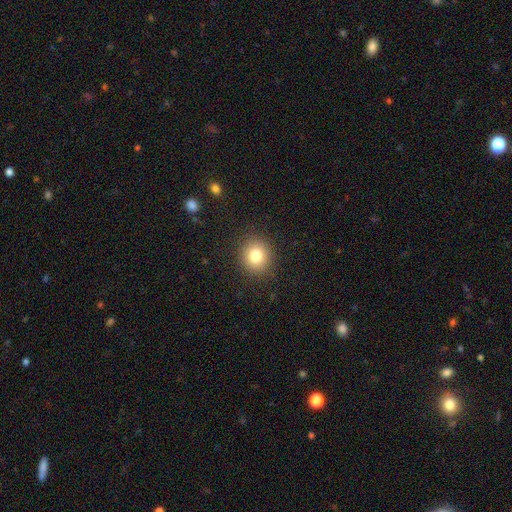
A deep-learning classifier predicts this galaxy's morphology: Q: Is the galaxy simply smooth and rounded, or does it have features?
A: smooth — 81%.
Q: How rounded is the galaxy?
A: round — 86%.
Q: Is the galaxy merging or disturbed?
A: none — 89%.